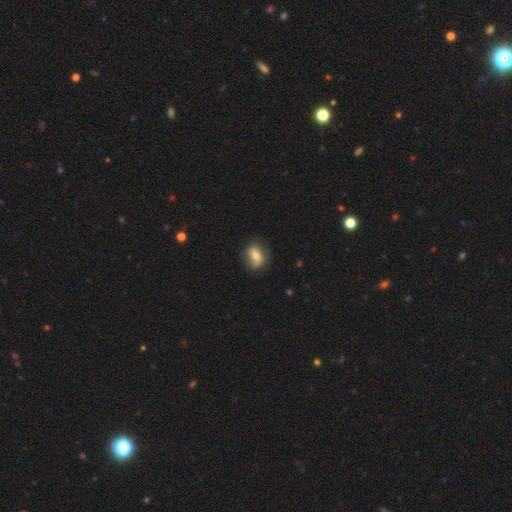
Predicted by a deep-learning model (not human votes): Morphology: type=smooth (64%); roundness=in between (59%); merging=none (75%).